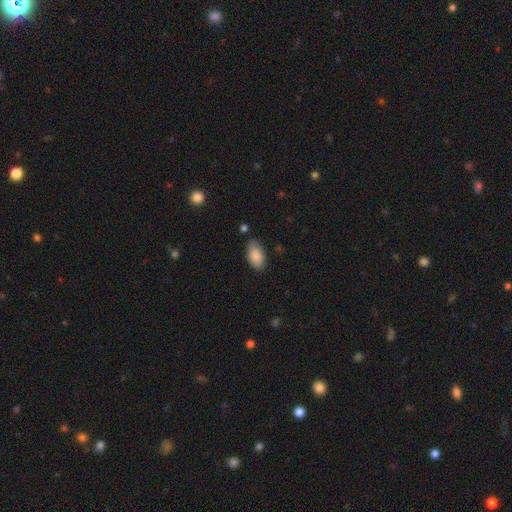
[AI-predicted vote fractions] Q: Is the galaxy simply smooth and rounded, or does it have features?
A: smooth — 88%.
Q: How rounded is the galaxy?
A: in between — 94%.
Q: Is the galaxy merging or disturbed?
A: none — 78%.